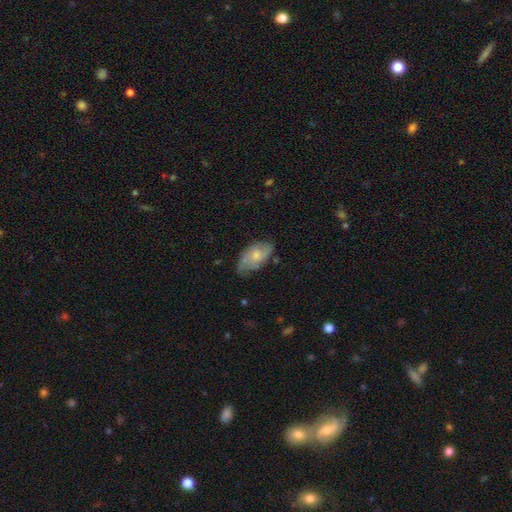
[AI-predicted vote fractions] The model was most divided on "smooth or featured": smooth: 51%, featured or disk: 42%, star or artifact: 7%. More confident: how rounded — in between (92%); merging — none (59%).